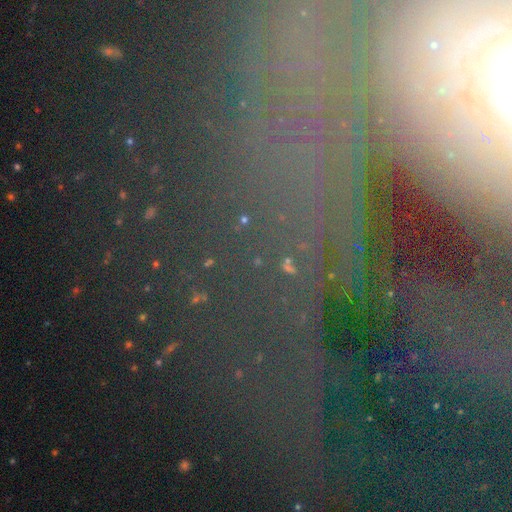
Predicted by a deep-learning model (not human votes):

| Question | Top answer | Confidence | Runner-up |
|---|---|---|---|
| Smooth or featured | star or artifact | 62% | featured or disk (22%) |